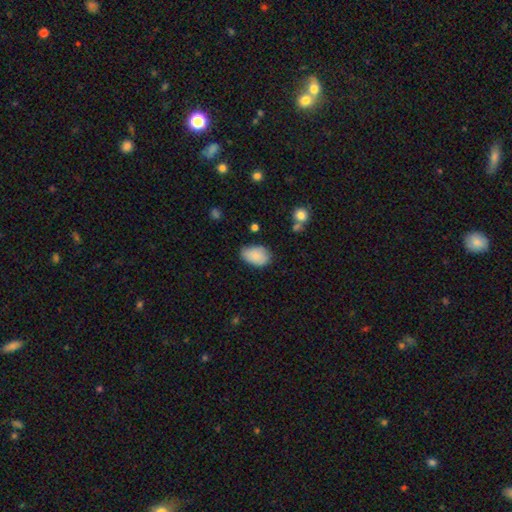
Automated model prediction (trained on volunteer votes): Q: Smooth or featured?
A: smooth (84%); runner-up: featured or disk (9%)
Q: How rounded?
A: in between (88%); runner-up: round (11%)
Q: Merging?
A: none (66%); runner-up: minor disturbance (27%)